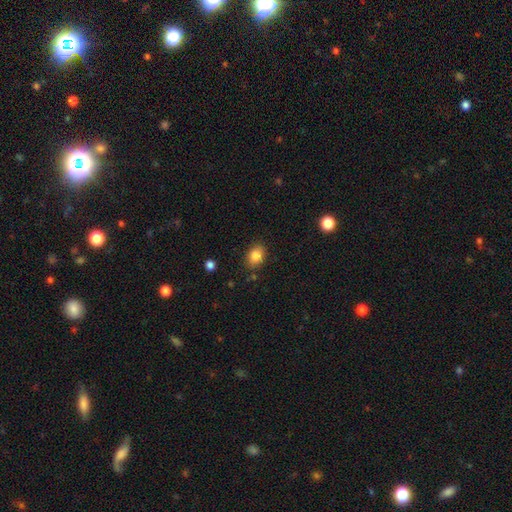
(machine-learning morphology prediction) smooth_or_featured: smooth (p=0.85) [alt: star or artifact p=0.09]
how_rounded: in between (p=0.66) [alt: round p=0.33]
merging: none (p=0.84) [alt: minor disturbance p=0.12]